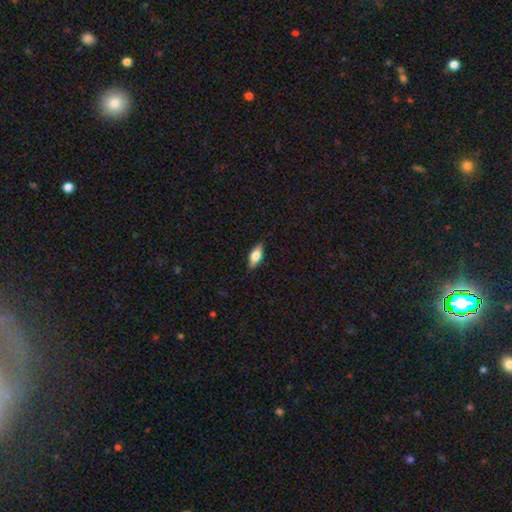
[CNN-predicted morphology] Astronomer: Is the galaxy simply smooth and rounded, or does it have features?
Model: smooth — 71%.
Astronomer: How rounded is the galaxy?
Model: in between — 81%.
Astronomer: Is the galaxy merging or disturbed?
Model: none — 85%.